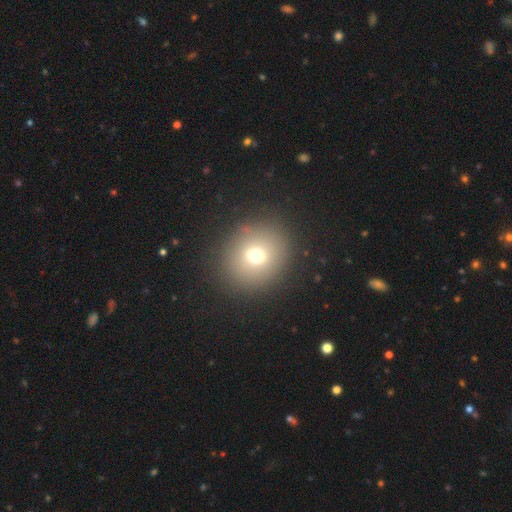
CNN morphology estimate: This is likely a smooth galaxy (69%). How rounded: clearly round (86%). Merging: clearly none (88%).